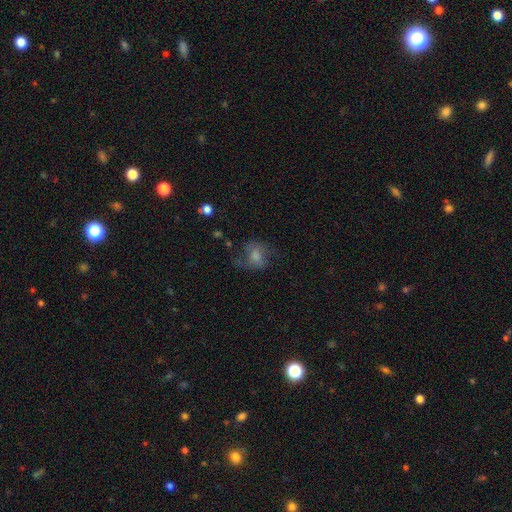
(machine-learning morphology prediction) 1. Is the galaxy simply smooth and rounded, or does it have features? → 55% smooth, 33% featured or disk, 12% star or artifact.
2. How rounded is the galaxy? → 54% in between, 45% round, 2% cigar-shaped.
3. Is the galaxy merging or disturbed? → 48% none, 26% major disturbance, 24% minor disturbance, 3% merger.